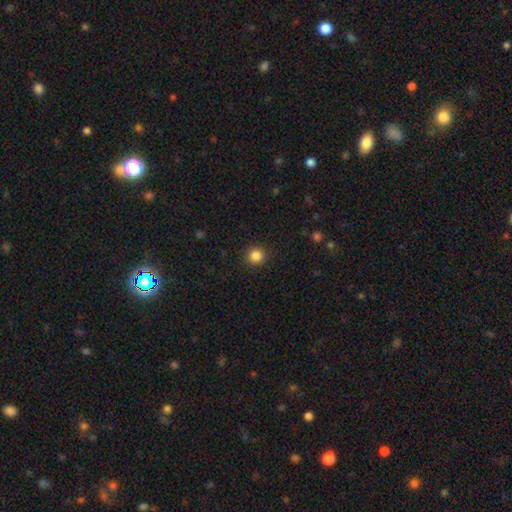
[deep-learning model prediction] This is clearly a smooth galaxy (85%). How rounded: clearly round (91%). Merging: clearly none (91%).